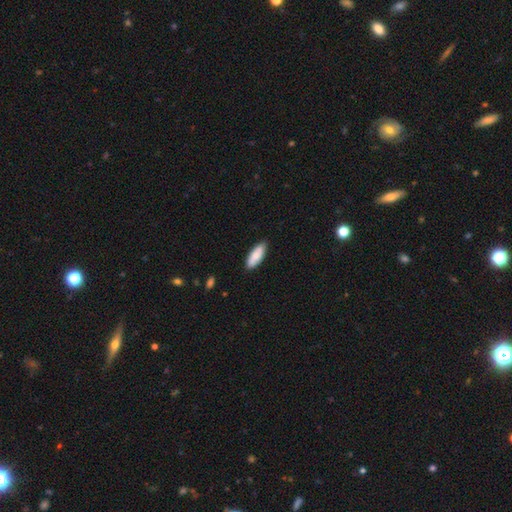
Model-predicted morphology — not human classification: This appears to be a smooth galaxy with no disk features (84%) that is in between round and cigar-shaped (67%). Merging: none (85%).